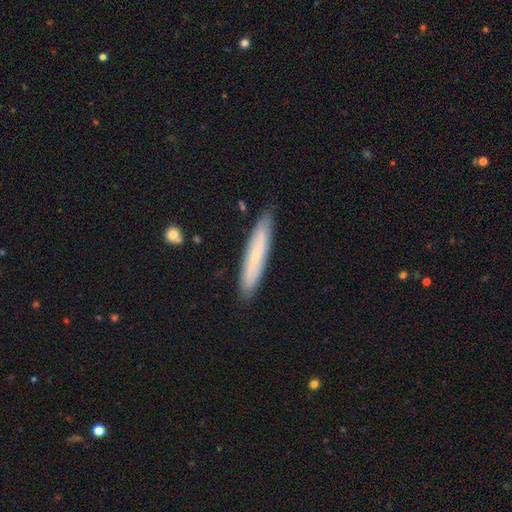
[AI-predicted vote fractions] Smooth or featured?
  - smooth: 58% *
  - featured or disk: 36%
  - star or artifact: 7%
How rounded?
  - cigar-shaped: 91% *
  - in between: 8%
  - round: 1%
Merging?
  - none: 88% *
  - minor disturbance: 9%
  - major disturbance: 2%
  - merger: 1%